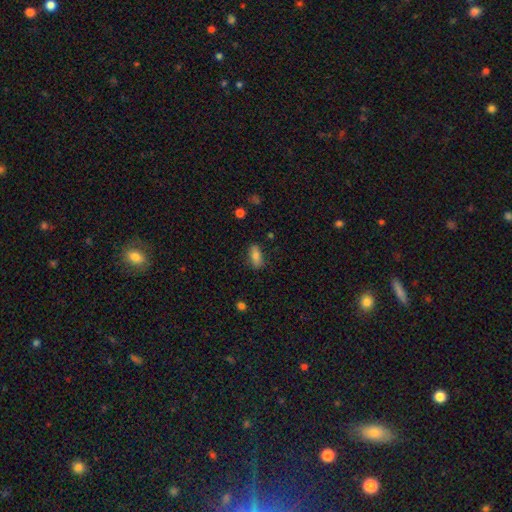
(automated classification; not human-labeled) This appears to be a smooth galaxy with no disk features (79%) that is in between round and cigar-shaped (80%). Merging: none (83%).